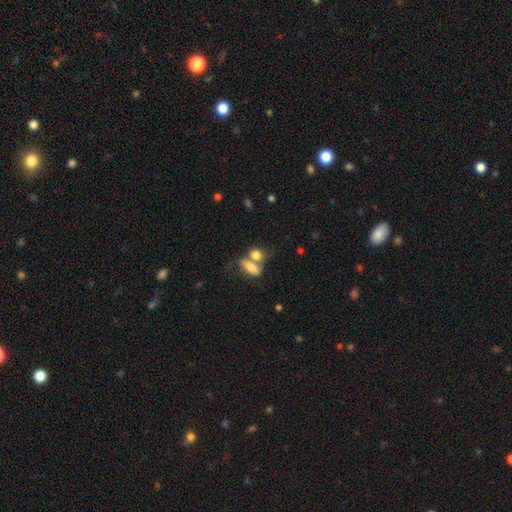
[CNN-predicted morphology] Smooth or featured: smooth — 79% (featured or disk — 12%)
How rounded: in between — 69% (round — 22%)
Merging: merger — 52% (none — 31%)